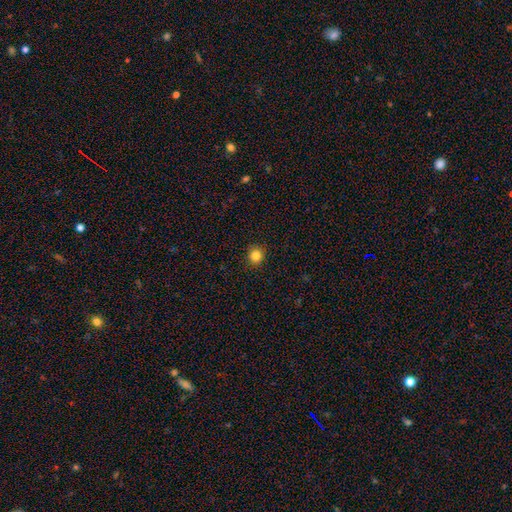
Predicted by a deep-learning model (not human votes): A smooth galaxy with no disk features (84%) that is round (91%).

Vote fractions:
- Smooth or featured? smooth: 84% / star or artifact: 12% / featured or disk: 4%
- How rounded? round: 91% / in between: 8% / cigar-shaped: 1%
- Merging? none: 91% / minor disturbance: 6% / major disturbance: 2% / merger: 1%